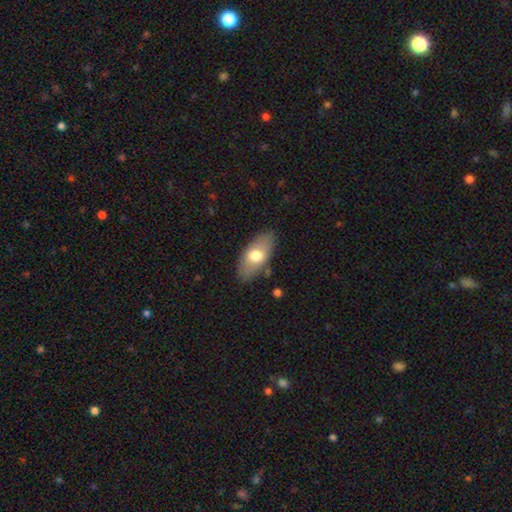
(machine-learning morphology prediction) Q: Smooth or featured?
A: smooth (66%); runner-up: featured or disk (28%)
Q: How rounded?
A: in between (88%); runner-up: cigar-shaped (9%)
Q: Merging?
A: none (82%); runner-up: minor disturbance (13%)